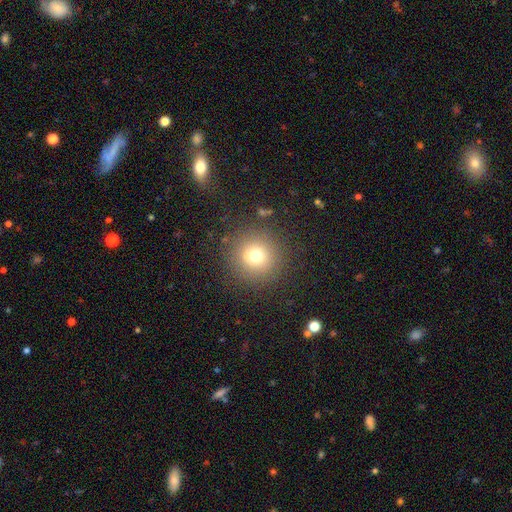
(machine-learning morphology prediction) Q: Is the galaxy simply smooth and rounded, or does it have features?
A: smooth — 71%.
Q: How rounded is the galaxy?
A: round — 95%.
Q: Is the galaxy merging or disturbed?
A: none — 86%.